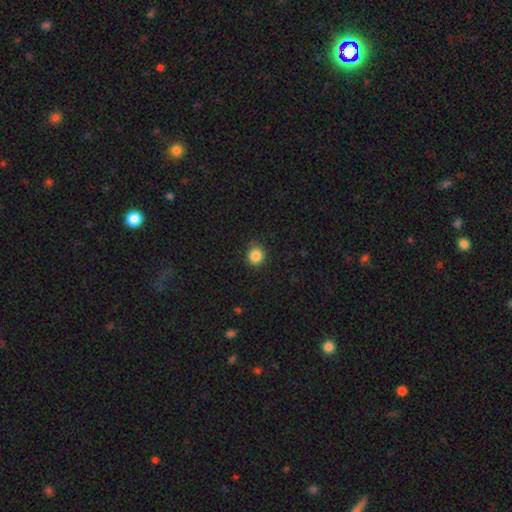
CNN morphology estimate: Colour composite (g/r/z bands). It shows a smooth galaxy with no disk features (86%) that is round (85%). Merging: none (86%).